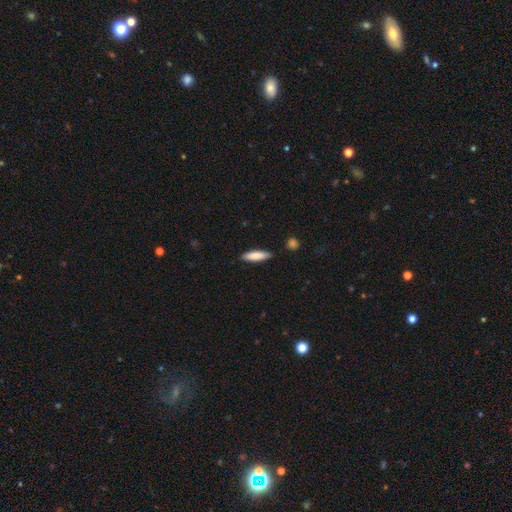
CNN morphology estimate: This is clearly a smooth galaxy (83%). How rounded: likely cigar-shaped (65%). Merging: clearly none (85%).